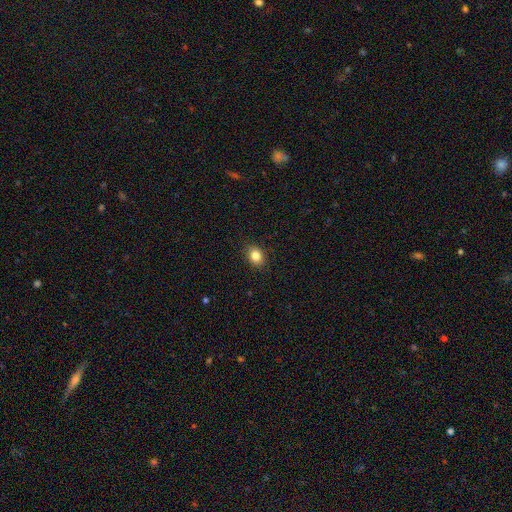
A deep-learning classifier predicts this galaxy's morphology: Q: Smooth or featured?
A: smooth (84%); runner-up: star or artifact (10%)
Q: How rounded?
A: in between (58%); runner-up: round (41%)
Q: Merging?
A: none (89%); runner-up: minor disturbance (8%)